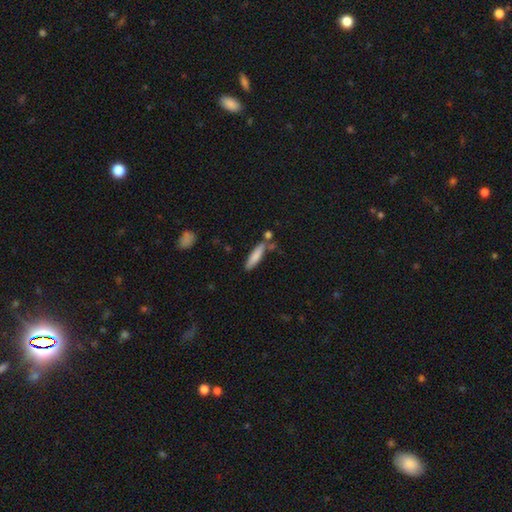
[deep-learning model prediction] Smooth or featured? Predicted: smooth (p=0.79). How rounded? Predicted: cigar-shaped (p=0.78). Merging? Predicted: none (p=0.70).